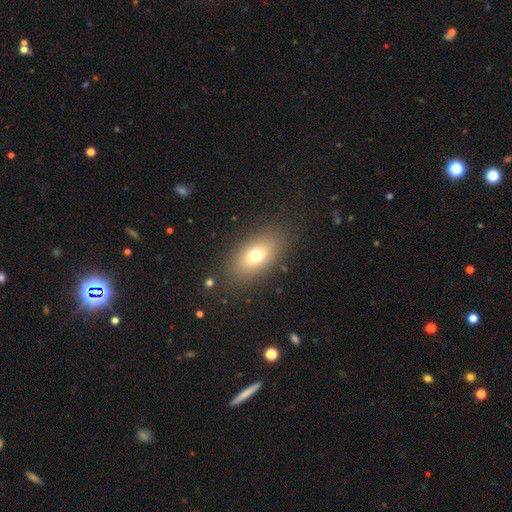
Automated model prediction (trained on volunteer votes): A smooth galaxy with no disk features (72%) that is in between round and cigar-shaped (86%).

Vote fractions:
- Smooth or featured? smooth: 72% / featured or disk: 17% / star or artifact: 11%
- How rounded? in between: 86% / round: 9% / cigar-shaped: 5%
- Merging? none: 84% / minor disturbance: 10% / major disturbance: 4% / merger: 1%